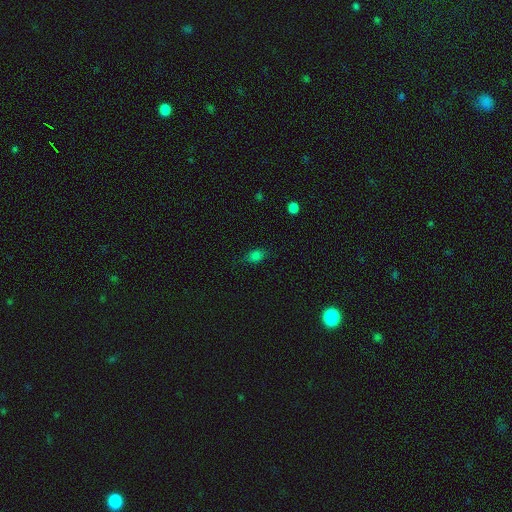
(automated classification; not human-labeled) smooth_or_featured: smooth (p=0.77) [alt: star or artifact p=0.16]
how_rounded: in between (p=0.77) [alt: round p=0.19]
merging: none (p=0.74) [alt: minor disturbance p=0.20]